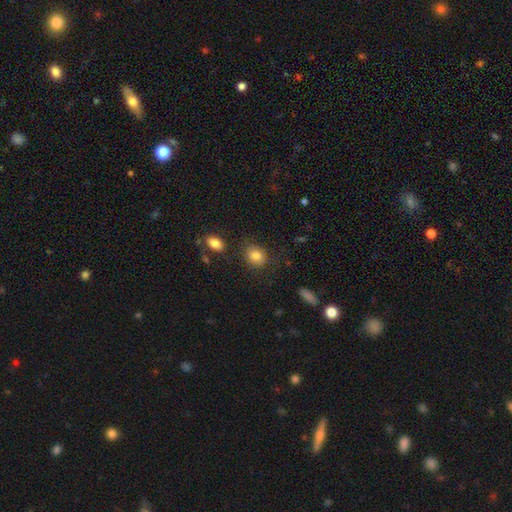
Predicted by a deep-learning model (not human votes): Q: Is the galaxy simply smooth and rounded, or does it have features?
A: smooth — 83%.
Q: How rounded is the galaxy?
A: round — 55%.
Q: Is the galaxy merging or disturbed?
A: none — 77%.